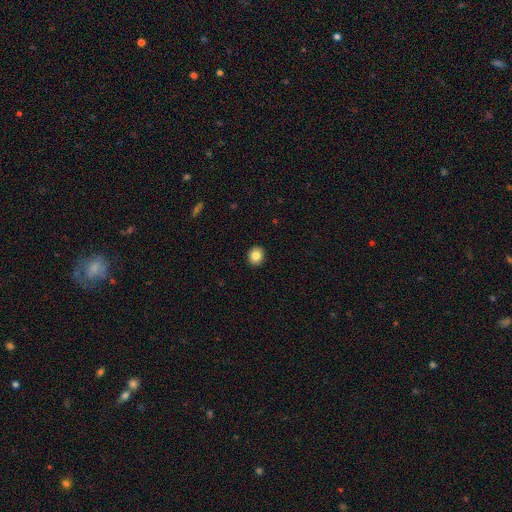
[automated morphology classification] The model was most divided on "how rounded": round: 77%, in between: 22%, cigar-shaped: 1%. More confident: merging — none (92%); smooth or featured — smooth (84%).